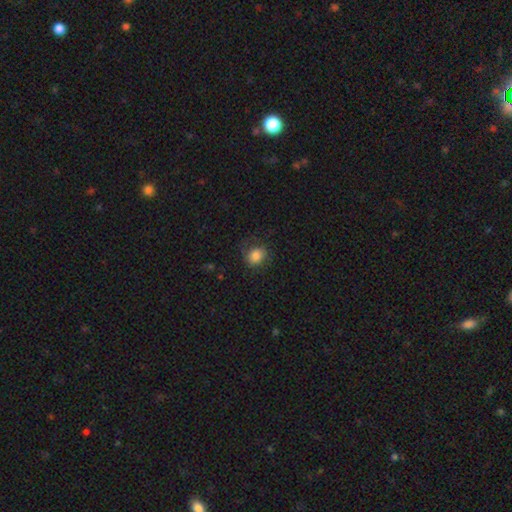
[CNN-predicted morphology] A smooth galaxy with no disk features (77%) that is round (61%).

Vote fractions:
- Smooth or featured? smooth: 77% / featured or disk: 14% / star or artifact: 9%
- How rounded? round: 61% / in between: 38% / cigar-shaped: 1%
- Merging? none: 64% / minor disturbance: 21% / major disturbance: 13% / merger: 1%